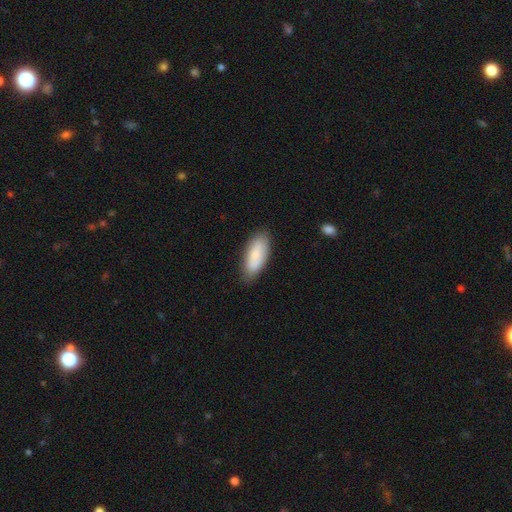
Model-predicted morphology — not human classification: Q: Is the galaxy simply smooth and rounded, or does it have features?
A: smooth — 82%.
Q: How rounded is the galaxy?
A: in between — 82%.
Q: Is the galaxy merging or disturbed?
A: none — 81%.